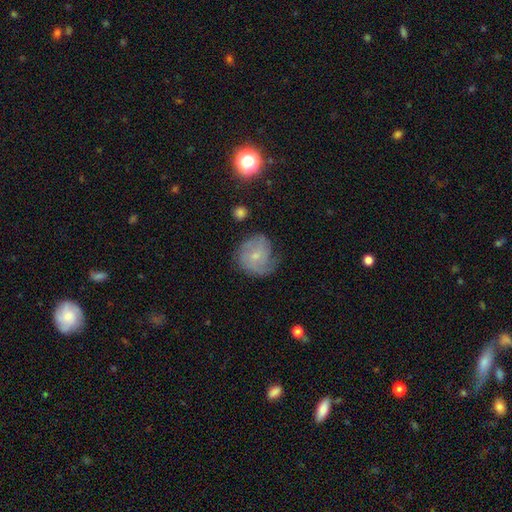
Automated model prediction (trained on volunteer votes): smooth-or-featured: featured or disk: 54% | smooth: 37% | star or artifact: 9%
  disk-edge-on: no: 97% | yes: 3%
    bar: no: 67% | weak: 29% | strong: 4%
    has-spiral-arms: yes: 81% | no: 19%
    bulge-size: small: 66% | moderate: 26% | none: 6% | large: 1% | dominant: 1%
  merging: none: 56% | minor disturbance: 28% | major disturbance: 14% | merger: 2%